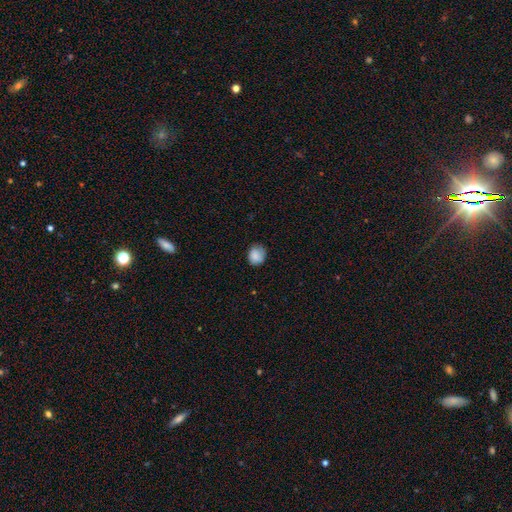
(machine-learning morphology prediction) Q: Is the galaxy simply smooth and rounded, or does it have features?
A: smooth — 86%.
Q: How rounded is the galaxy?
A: round — 73%.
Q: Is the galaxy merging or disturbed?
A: none — 73%.